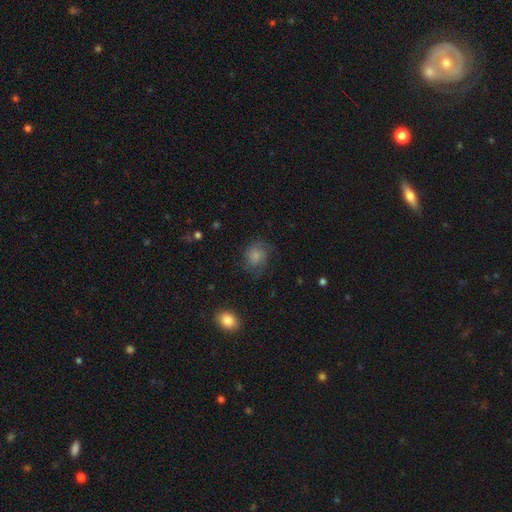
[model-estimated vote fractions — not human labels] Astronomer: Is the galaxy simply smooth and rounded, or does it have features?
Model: smooth — 55% (runner-up: featured or disk, 34%).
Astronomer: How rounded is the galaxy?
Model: round — 68%.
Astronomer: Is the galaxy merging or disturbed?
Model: none — 62%.